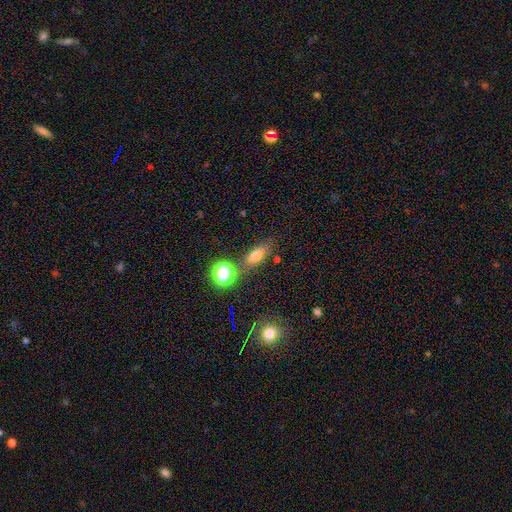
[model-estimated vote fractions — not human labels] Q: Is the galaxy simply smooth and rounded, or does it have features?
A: smooth — 67%.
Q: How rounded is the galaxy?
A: in between — 64%.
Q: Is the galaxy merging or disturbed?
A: none — 72%.